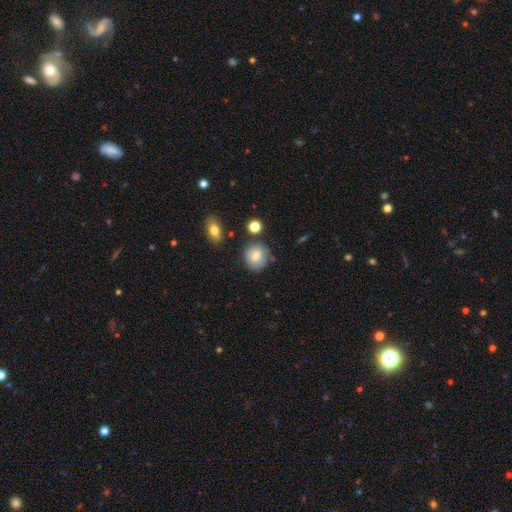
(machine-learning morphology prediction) smooth_or_featured: smooth (p=0.74) [alt: featured or disk p=0.17]
how_rounded: round (p=0.85) [alt: in between p=0.14]
merging: none (p=0.73) [alt: minor disturbance p=0.17]